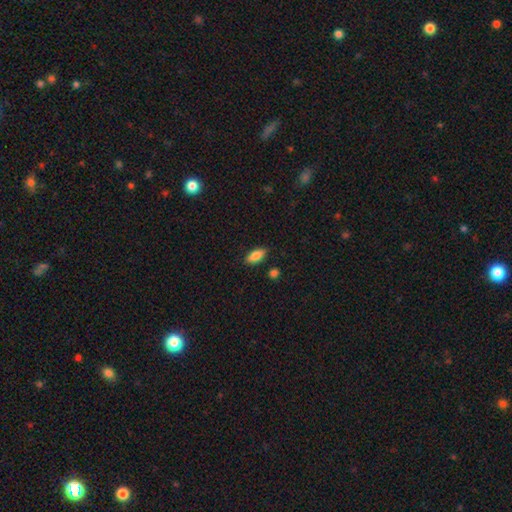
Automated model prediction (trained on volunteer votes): This appears to be a smooth galaxy with no disk features (85%) that is in between round and cigar-shaped (85%). Merging: none (84%).